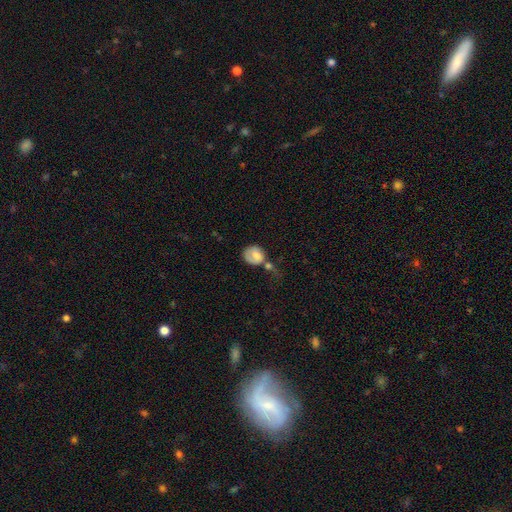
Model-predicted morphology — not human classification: smooth-or-featured: smooth: 66% | featured or disk: 26% | star or artifact: 8%
  how-rounded: round: 60% | in between: 39% | cigar-shaped: 1%
  merging: none: 33% | merger: 24% | major disturbance: 22% | minor disturbance: 21%